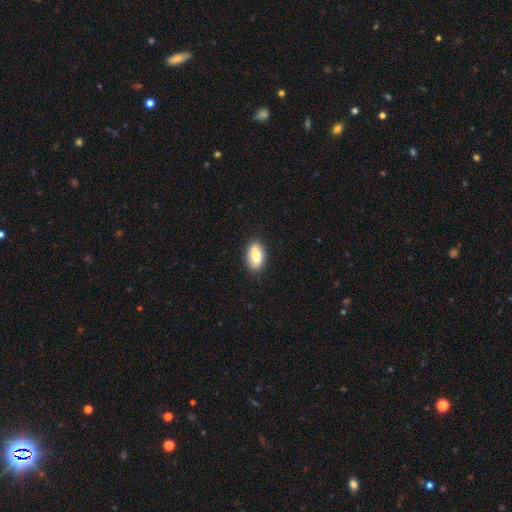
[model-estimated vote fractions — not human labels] Smooth or featured: smooth — 70% (featured or disk — 23%)
How rounded: in between — 86% (cigar-shaped — 8%)
Merging: none — 86% (minor disturbance — 10%)